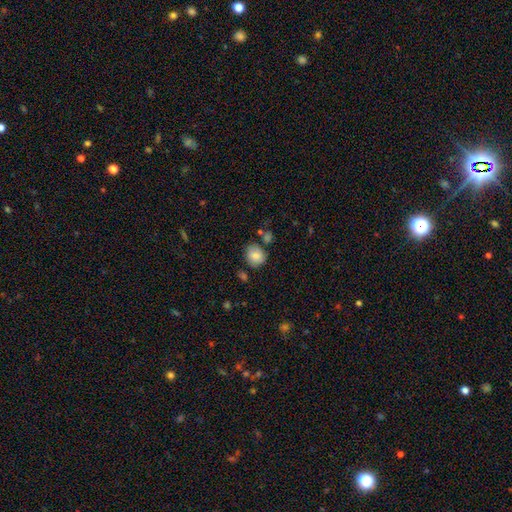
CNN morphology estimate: A smooth galaxy with no disk features (79%) that is round (74%).

Vote fractions:
- Smooth or featured? smooth: 79% / featured or disk: 12% / star or artifact: 9%
- How rounded? round: 74% / in between: 25% / cigar-shaped: 1%
- Merging? none: 70% / minor disturbance: 18% / merger: 7% / major disturbance: 4%